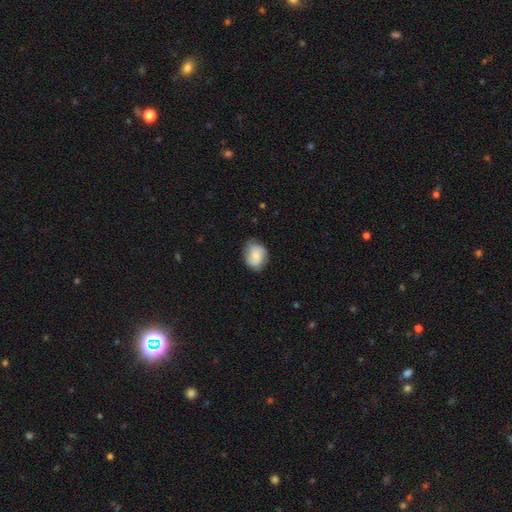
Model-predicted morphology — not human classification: Smooth or featured: smooth — 74% (featured or disk — 18%)
How rounded: in between — 58% (round — 41%)
Merging: none — 71% (minor disturbance — 23%)